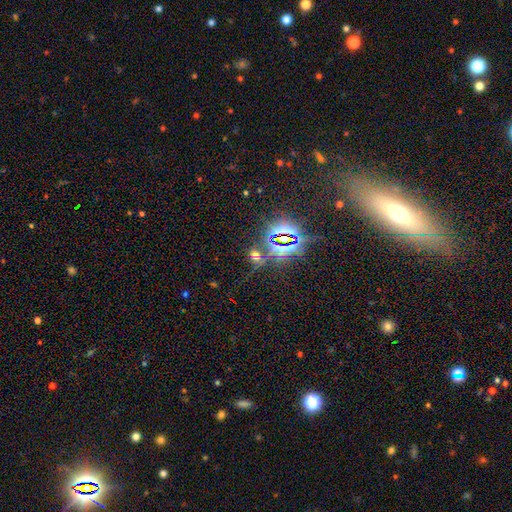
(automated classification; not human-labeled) Smooth or featured?
  - star or artifact: 59% *
  - smooth: 32%
  - featured or disk: 9%